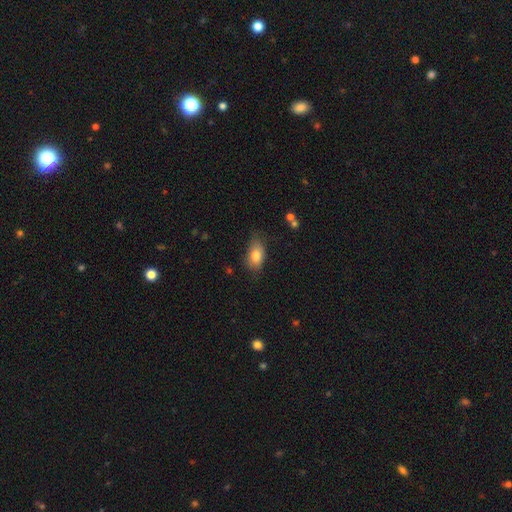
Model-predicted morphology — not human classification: type=smooth (80%); roundness=in between (87%); merging=none (65%).